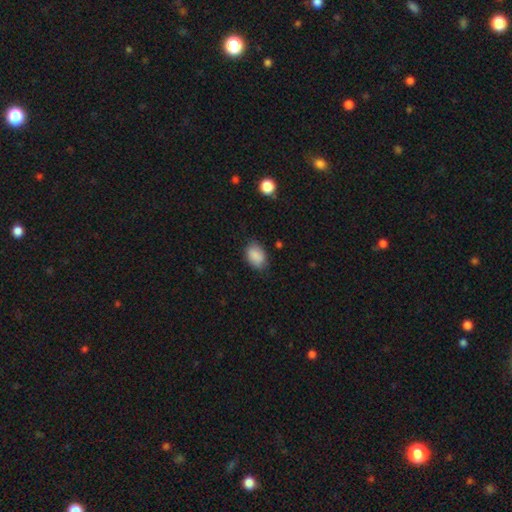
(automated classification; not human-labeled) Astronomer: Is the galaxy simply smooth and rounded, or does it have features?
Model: smooth — 88%.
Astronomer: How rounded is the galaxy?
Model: in between — 84%.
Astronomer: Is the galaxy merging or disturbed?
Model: none — 79%.